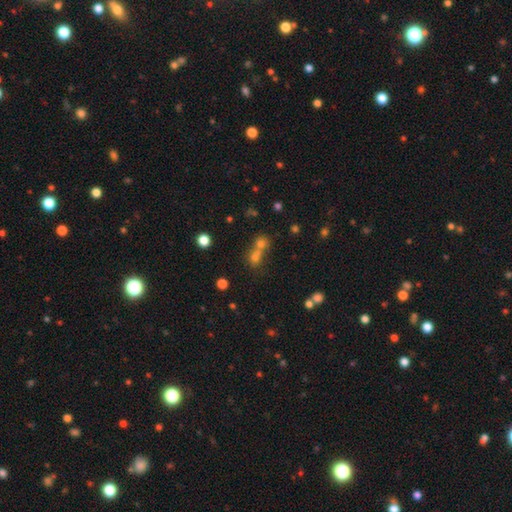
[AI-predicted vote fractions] Smooth or featured?
  - smooth: 56% *
  - star or artifact: 31%
  - featured or disk: 13%
How rounded?
  - round: 79% *
  - in between: 19%
  - cigar-shaped: 2%
Merging?
  - merger: 49% *
  - none: 41%
  - minor disturbance: 6%
  - major disturbance: 3%